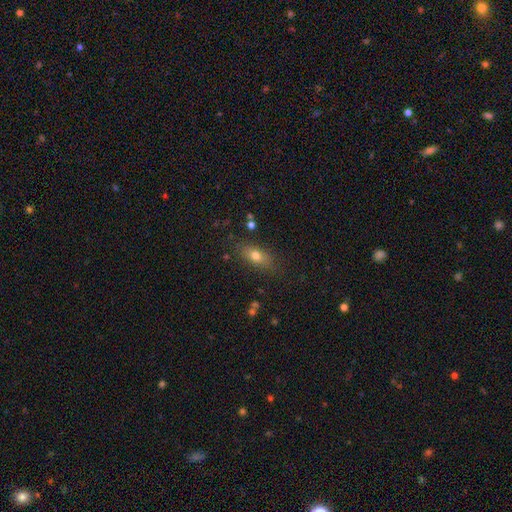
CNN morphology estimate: This appears to be a smooth galaxy with no disk features (74%) that is in between round and cigar-shaped (75%). Merging: none (79%).